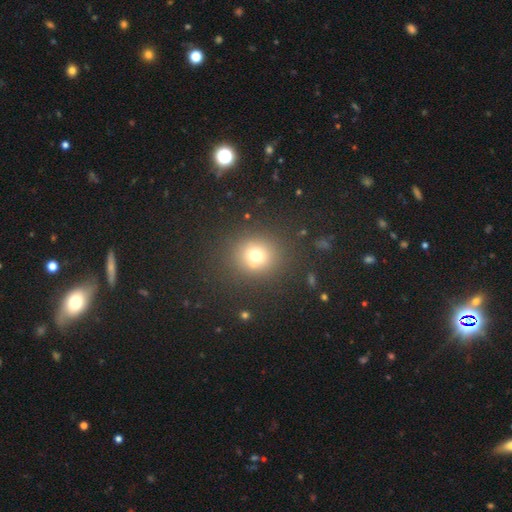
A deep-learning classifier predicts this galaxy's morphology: This appears to be a smooth galaxy with no disk features (71%) that is round (87%). Merging: none (84%).